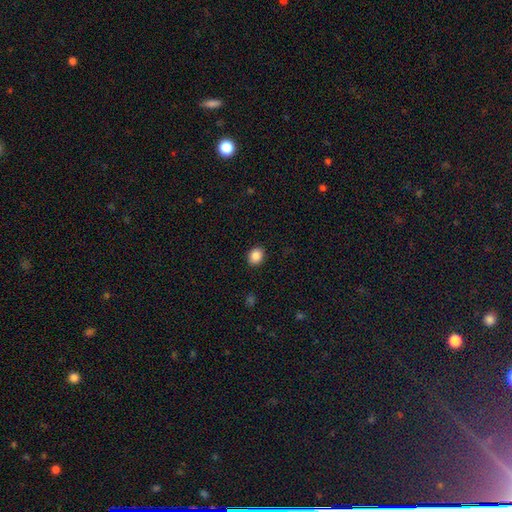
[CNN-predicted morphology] Smooth or featured? smooth (87%)
How rounded? round (57%)
Merging? none (90%)